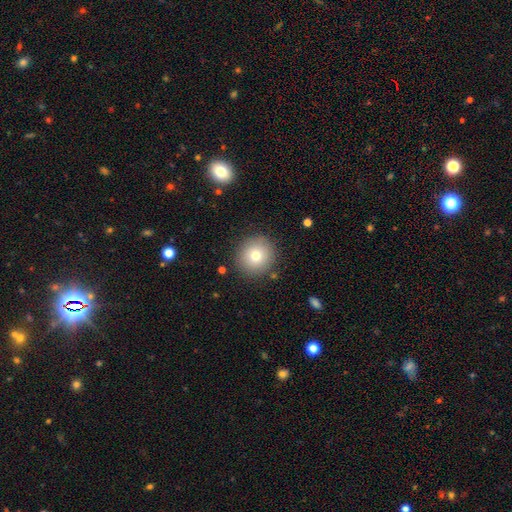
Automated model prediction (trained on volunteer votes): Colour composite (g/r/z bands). It shows a smooth galaxy with no disk features (75%) that is round (92%). Merging: none (88%).